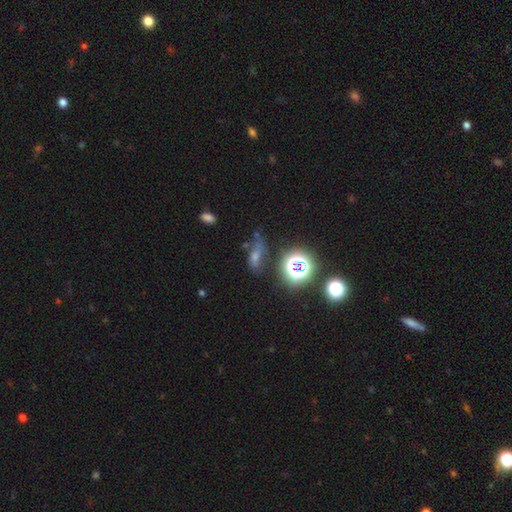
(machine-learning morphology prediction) star or artifact 57%, smooth 25%, featured or disk 17%.